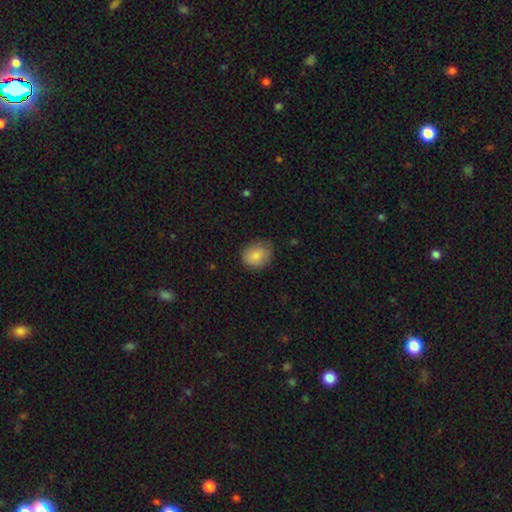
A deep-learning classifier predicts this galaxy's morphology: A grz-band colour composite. It shows a smooth galaxy with no disk features (85%) that is round (60%). Merging: none (75%).